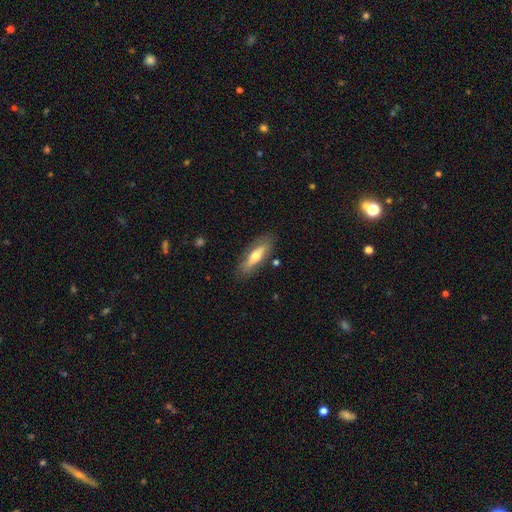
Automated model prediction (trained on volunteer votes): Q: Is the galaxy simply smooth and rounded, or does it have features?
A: smooth — 55%.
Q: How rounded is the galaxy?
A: cigar-shaped — 56%.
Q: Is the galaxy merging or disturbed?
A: none — 83%.